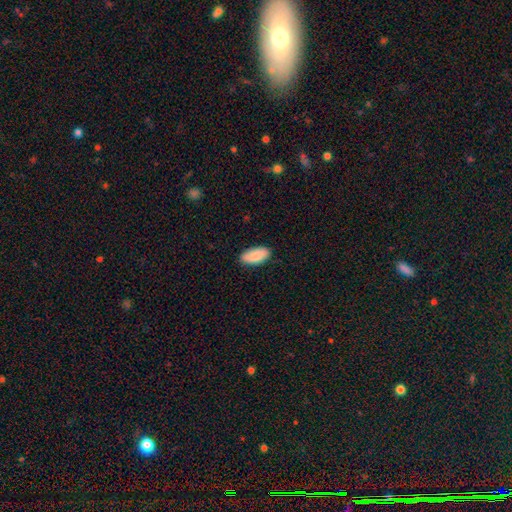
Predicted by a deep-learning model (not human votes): Smooth or featured?
  - smooth: 87% *
  - featured or disk: 7%
  - star or artifact: 6%
How rounded?
  - in between: 92% *
  - cigar-shaped: 6%
  - round: 2%
Merging?
  - none: 85% *
  - minor disturbance: 12%
  - major disturbance: 2%
  - merger: 1%